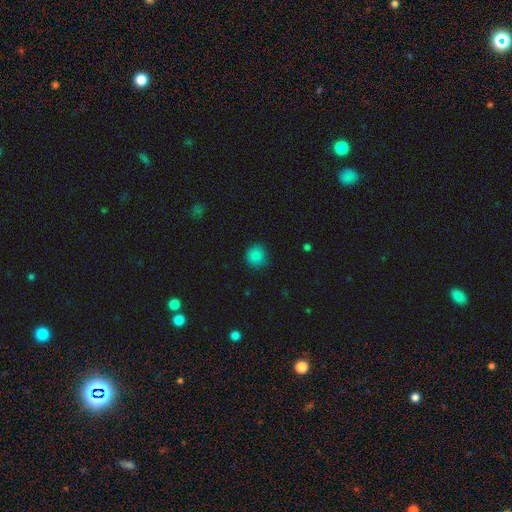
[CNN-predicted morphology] The model was most divided on "merging": none: 84%, minor disturbance: 12%, major disturbance: 3%, merger: 1%. More confident: how rounded — round (92%); smooth or featured — smooth (85%).